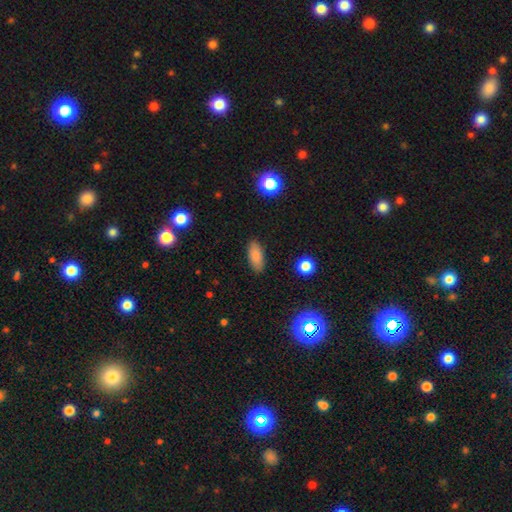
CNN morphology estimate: Smooth or featured? smooth (83%)
How rounded? in between (85%)
Merging? none (88%)